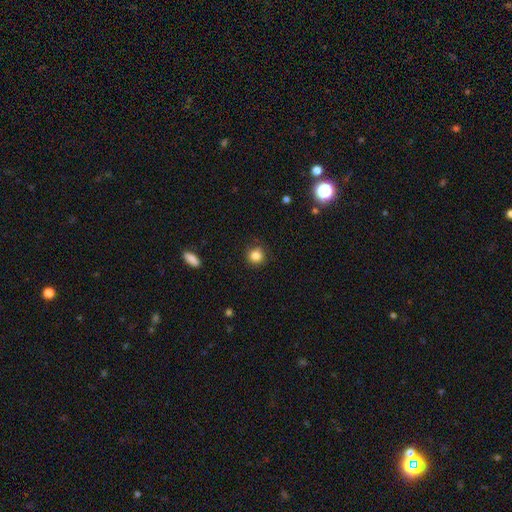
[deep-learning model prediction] A smooth galaxy with no disk features (84%) that is round (91%).

Vote fractions:
- Smooth or featured? smooth: 84% / star or artifact: 11% / featured or disk: 5%
- How rounded? round: 91% / in between: 8% / cigar-shaped: 1%
- Merging? none: 85% / minor disturbance: 10% / major disturbance: 3% / merger: 2%